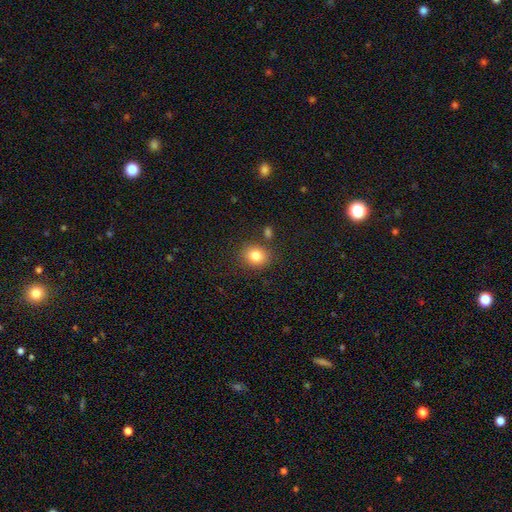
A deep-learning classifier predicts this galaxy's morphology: smooth-or-featured: smooth: 82% | star or artifact: 11% | featured or disk: 7%
  how-rounded: round: 73% | in between: 26% | cigar-shaped: 1%
  merging: none: 80% | minor disturbance: 10% | merger: 6% | major disturbance: 3%